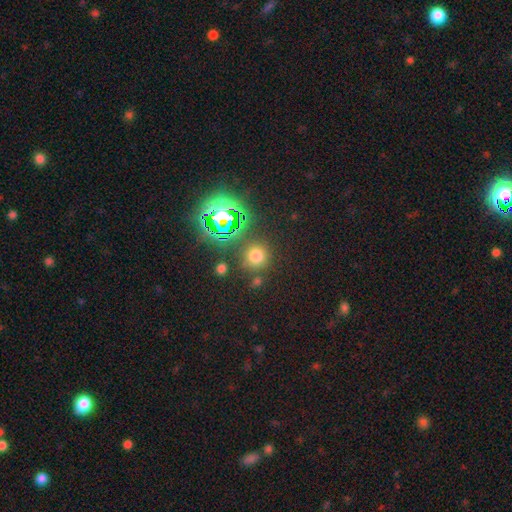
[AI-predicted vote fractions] This is likely a smooth galaxy (65%). How rounded: clearly round (91%). Merging: likely none (80%).